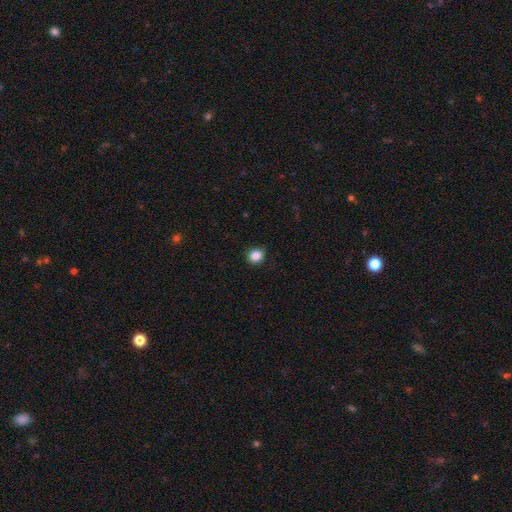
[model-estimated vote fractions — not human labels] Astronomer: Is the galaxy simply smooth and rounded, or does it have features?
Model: smooth — 86%.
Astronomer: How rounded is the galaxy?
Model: round — 77%.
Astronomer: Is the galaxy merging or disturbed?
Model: none — 85%.